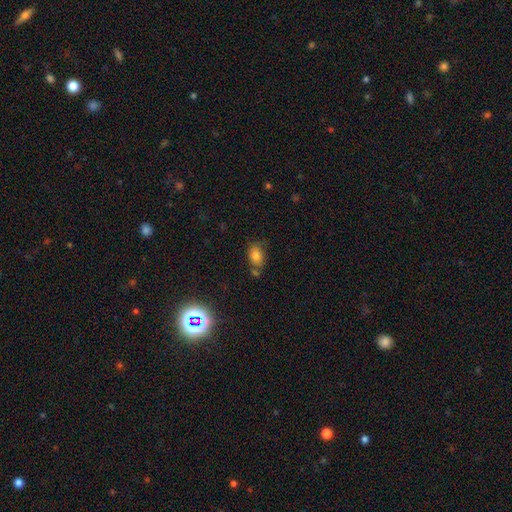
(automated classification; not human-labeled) Overall: smooth (77%). How rounded: in between (80%). Merging: none (62%).